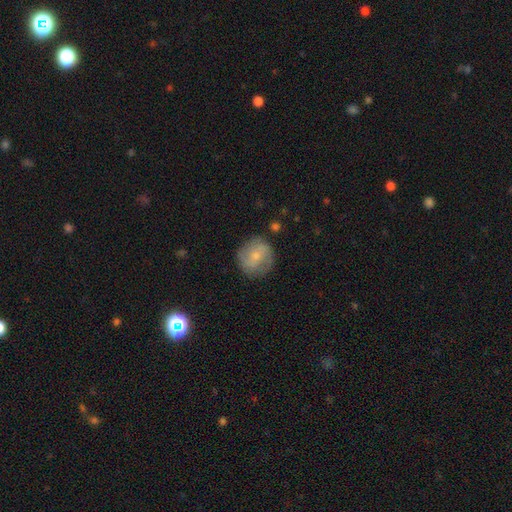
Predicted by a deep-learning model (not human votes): smooth 54%, featured or disk 38%, star or artifact 8%. Down the decision tree: how rounded — round (84%); merging — none (77%).